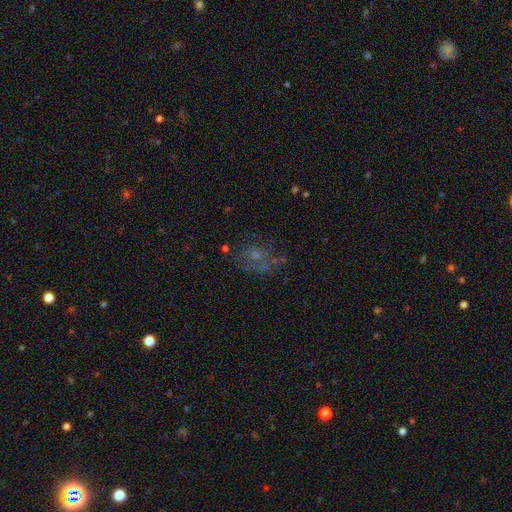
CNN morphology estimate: Smooth or featured?
  - smooth: 40% *
  - featured or disk: 39%
  - star or artifact: 22%
Merging?
  - none: 46% *
  - major disturbance: 25%
  - minor disturbance: 21%
  - merger: 7%